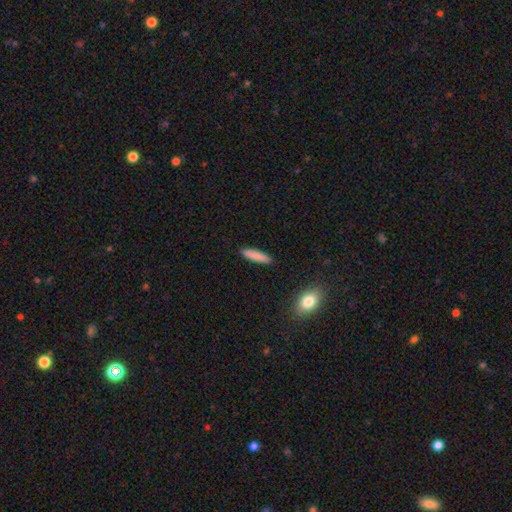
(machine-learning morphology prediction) This appears to be a smooth galaxy with no disk features (86%) that is cigar-shaped (80%). Merging: none (90%).